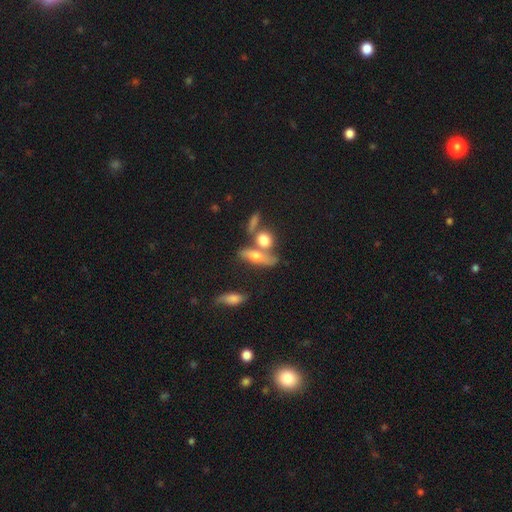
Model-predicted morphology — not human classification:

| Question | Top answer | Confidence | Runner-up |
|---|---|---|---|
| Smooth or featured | smooth | 60% | featured or disk (30%) |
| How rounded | in between | 54% | cigar-shaped (28%) |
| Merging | none | 47% | merger (35%) |